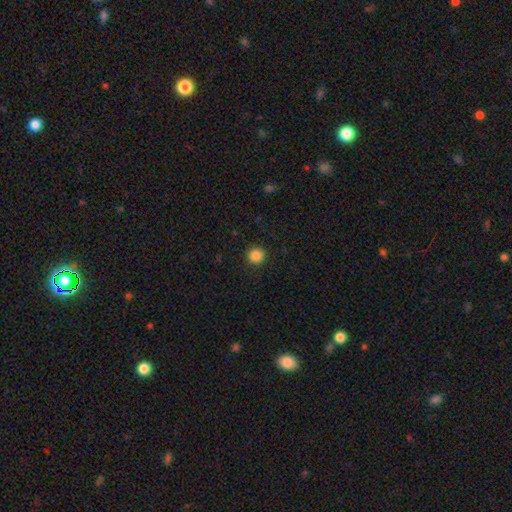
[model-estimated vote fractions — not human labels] This appears to be a smooth galaxy with no disk features (86%) that is round (94%). Merging: none (92%).